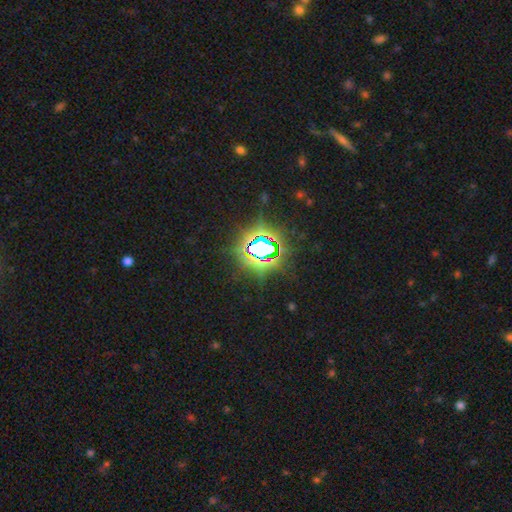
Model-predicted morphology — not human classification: A star or artifact, not a galaxy (83%).

Vote fractions:
- Smooth or featured? star or artifact: 83% / smooth: 11% / featured or disk: 6%